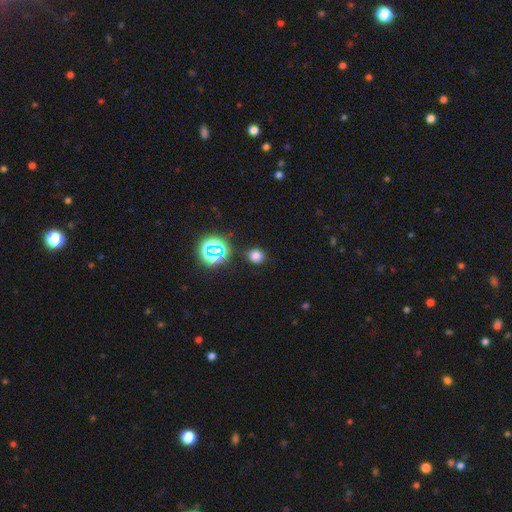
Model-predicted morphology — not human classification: Smooth or featured?
  - smooth: 72% *
  - star or artifact: 23%
  - featured or disk: 5%
How rounded?
  - round: 80% *
  - in between: 19%
  - cigar-shaped: 1%
Merging?
  - none: 86% *
  - minor disturbance: 9%
  - major disturbance: 3%
  - merger: 2%